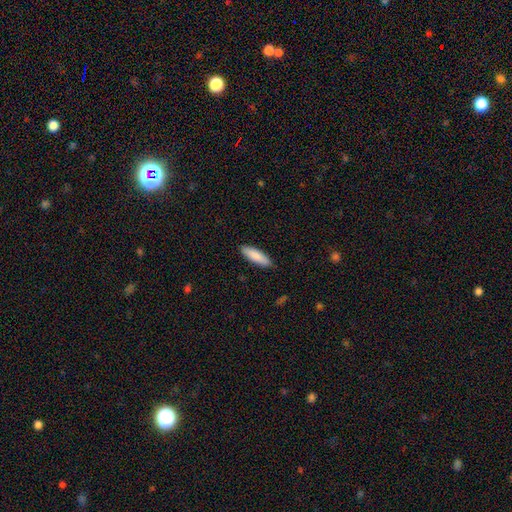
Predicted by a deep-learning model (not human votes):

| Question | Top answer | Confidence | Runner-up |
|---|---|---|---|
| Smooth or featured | smooth | 87% | featured or disk (8%) |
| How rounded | cigar-shaped | 55% | in between (44%) |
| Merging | none | 88% | minor disturbance (9%) |